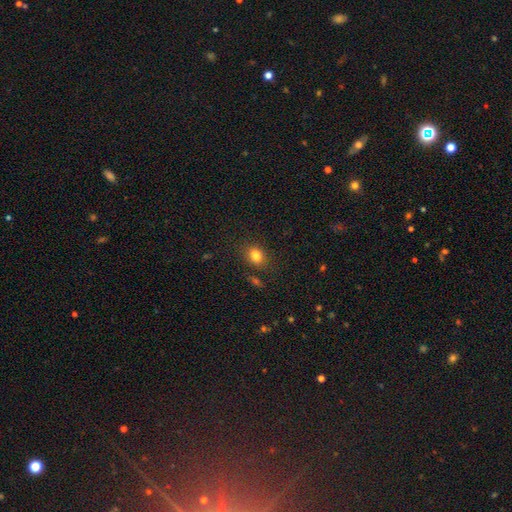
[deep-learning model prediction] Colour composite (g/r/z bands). It shows a smooth galaxy with no disk features (82%) that is round (50%). Merging: none (81%).